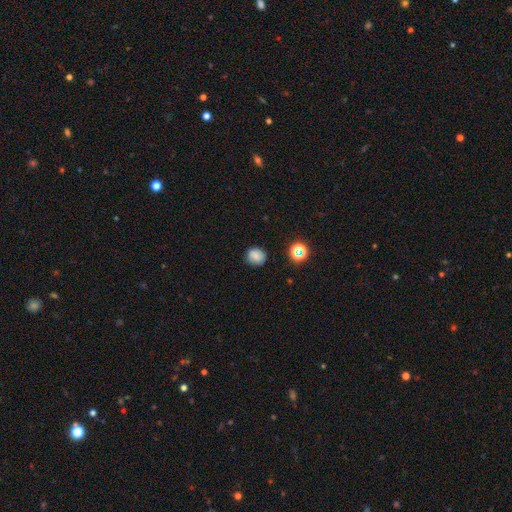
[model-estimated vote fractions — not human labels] Smooth or featured?
  - smooth: 78% *
  - star or artifact: 13%
  - featured or disk: 9%
How rounded?
  - round: 78% *
  - in between: 21%
  - cigar-shaped: 1%
Merging?
  - none: 81% *
  - minor disturbance: 14%
  - major disturbance: 3%
  - merger: 2%